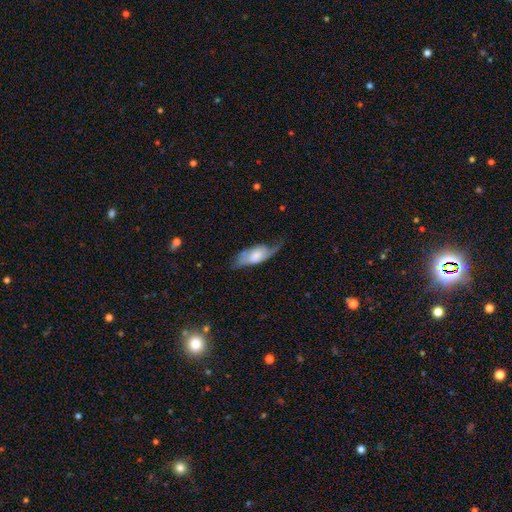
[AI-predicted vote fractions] smooth_or_featured: featured or disk (p=0.48) [alt: smooth p=0.46]
merging: none (p=0.40) [alt: minor disturbance p=0.34]